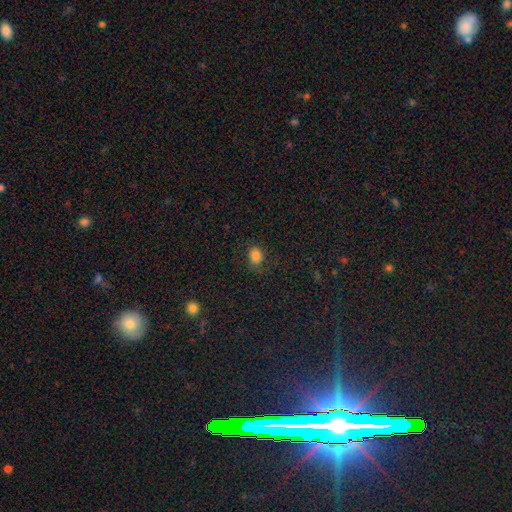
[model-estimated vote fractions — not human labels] Smooth or featured: smooth — 82% (star or artifact — 12%)
How rounded: in between — 55% (round — 44%)
Merging: none — 76% (minor disturbance — 16%)